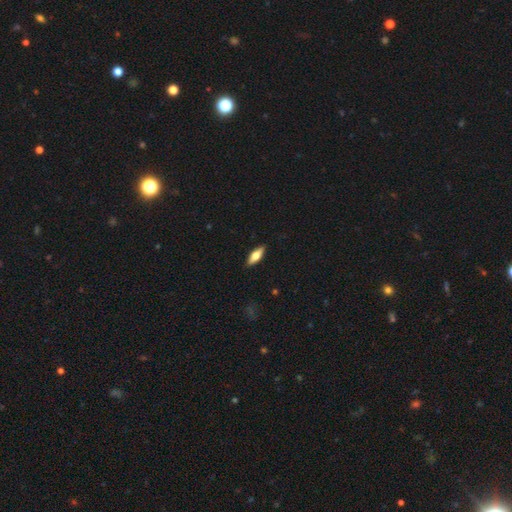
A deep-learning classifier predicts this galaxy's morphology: smooth_or_featured: smooth (p=0.58) [alt: featured or disk p=0.36]
how_rounded: in between (p=0.60) [alt: cigar-shaped p=0.38]
merging: none (p=0.90) [alt: minor disturbance p=0.07]